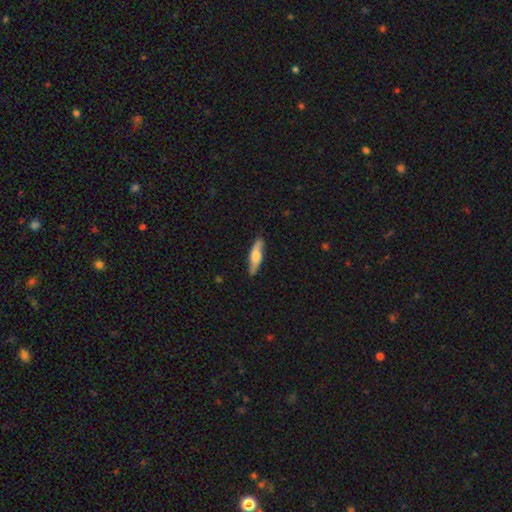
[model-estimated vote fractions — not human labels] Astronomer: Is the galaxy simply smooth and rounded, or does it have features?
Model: smooth — 51% (runner-up: featured or disk, 43%).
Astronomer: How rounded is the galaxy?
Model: cigar-shaped — 69%.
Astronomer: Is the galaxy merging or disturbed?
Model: none — 85%.